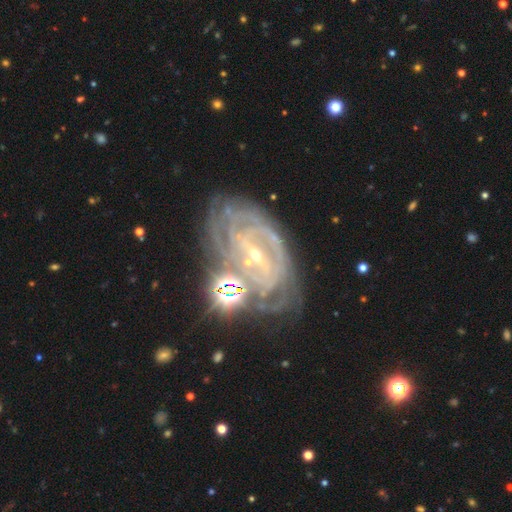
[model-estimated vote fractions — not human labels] smooth-or-featured: featured or disk: 86% | star or artifact: 9% | smooth: 5%
  disk-edge-on: no: 96% | yes: 4%
    bar: strong: 43% | weak: 37% | no: 19%
    has-spiral-arms: yes: 95% | no: 5%
      spiral-winding: tight: 69% | medium: 25% | loose: 6%
      spiral-arm-count: can't tell: 33% | 4: 18% | 2: 15% | 3: 15% | more than 4: 12% | 1: 6%
    bulge-size: small: 79% | moderate: 14% | none: 4% | large: 1% | dominant: 1%
  merging: none: 58% | minor disturbance: 21% | major disturbance: 11% | merger: 9%